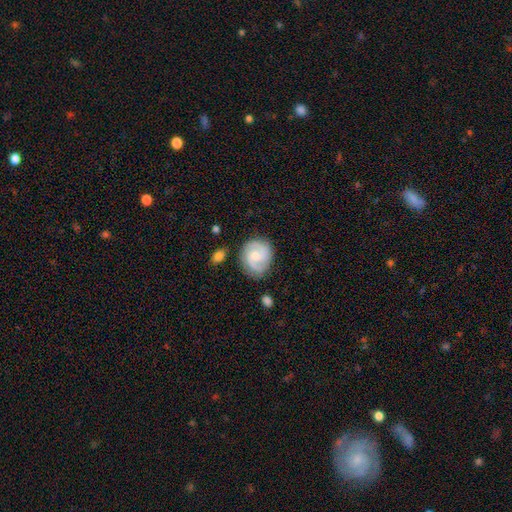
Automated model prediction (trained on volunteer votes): Smooth or featured? featured or disk (81%)
Edge-on disk? no (98%)
Bar? no (56%)
Spiral arms? yes (97%)
Spiral winding? medium (46%)
Spiral arm count? 2 (85%)
Bulge size? small (47%)
Merging? none (80%)